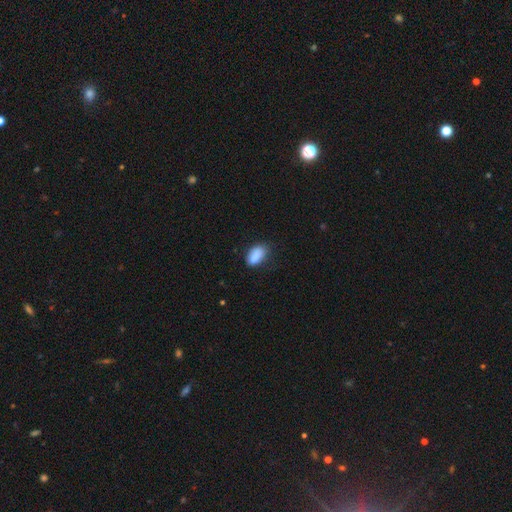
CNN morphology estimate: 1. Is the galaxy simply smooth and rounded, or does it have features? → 88% smooth, 8% star or artifact, 5% featured or disk.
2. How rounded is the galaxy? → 92% in between, 5% round, 3% cigar-shaped.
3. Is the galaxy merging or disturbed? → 69% none, 24% minor disturbance, 5% major disturbance, 2% merger.